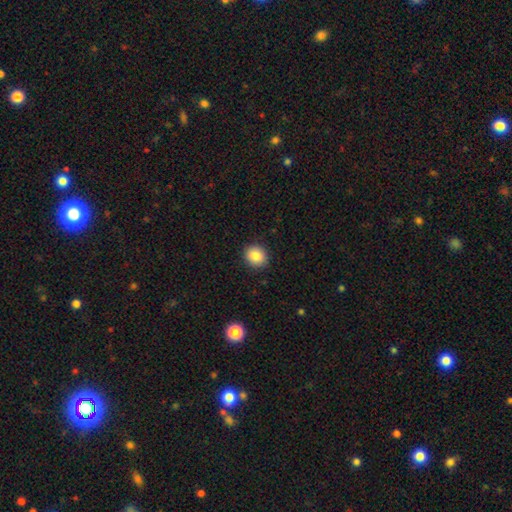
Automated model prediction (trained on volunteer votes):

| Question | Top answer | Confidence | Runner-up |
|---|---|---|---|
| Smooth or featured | smooth | 85% | star or artifact (9%) |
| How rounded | round | 78% | in between (21%) |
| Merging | none | 91% | minor disturbance (7%) |